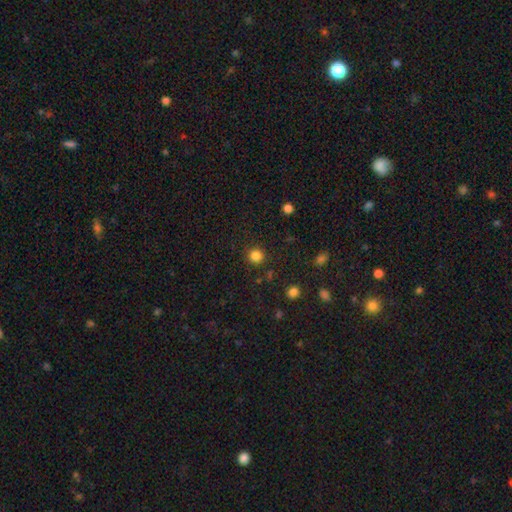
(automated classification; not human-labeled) A smooth galaxy with no disk features (83%) that is round (91%). Merging: none (89%).